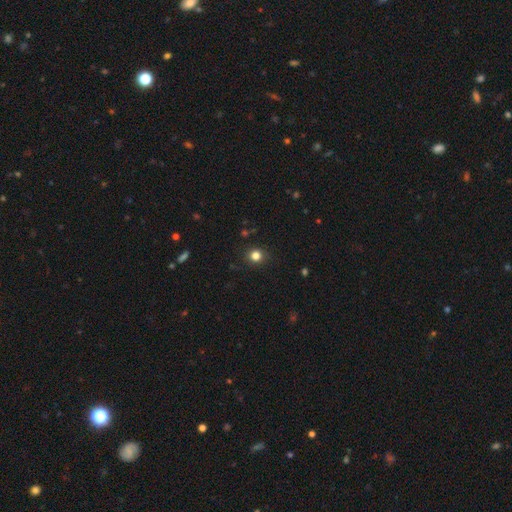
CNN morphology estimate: Overall: smooth (81%). How rounded: round (87%). Merging: none (90%).